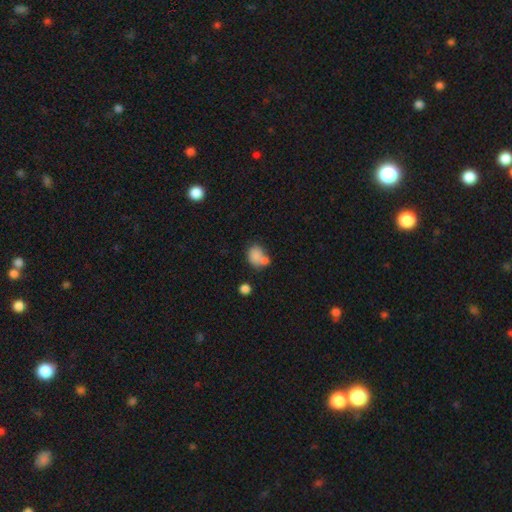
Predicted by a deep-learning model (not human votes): The model was most divided on "merging": none: 40%, merger: 39%, minor disturbance: 14%, major disturbance: 6%. More confident: smooth or featured — smooth (81%); how rounded — in between (55%).